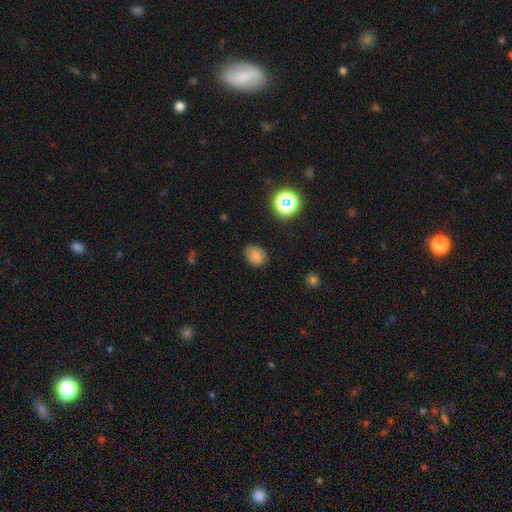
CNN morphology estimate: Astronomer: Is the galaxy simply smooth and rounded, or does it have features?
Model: smooth — 75%.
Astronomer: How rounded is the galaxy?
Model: in between — 64%.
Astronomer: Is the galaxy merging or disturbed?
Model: none — 78%.